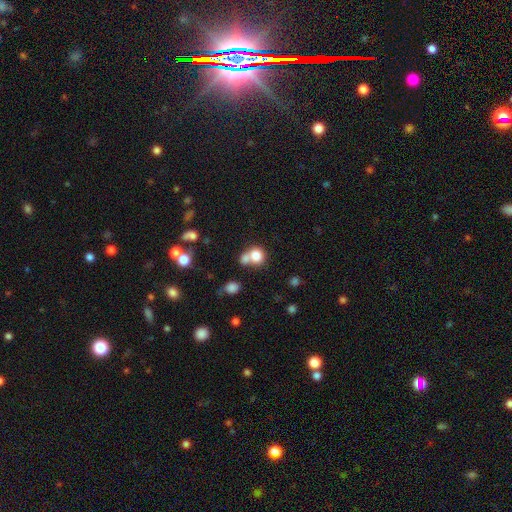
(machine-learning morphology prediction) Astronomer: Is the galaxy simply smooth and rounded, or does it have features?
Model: smooth — 79%.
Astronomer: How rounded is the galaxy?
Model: round — 76%.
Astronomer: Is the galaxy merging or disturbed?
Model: merger — 47% (runner-up: none, 38%).